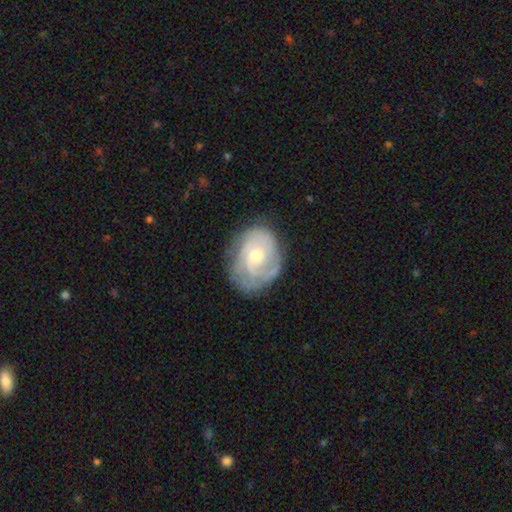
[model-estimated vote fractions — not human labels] A featured or disk galaxy (72%) with no bar (75%), tight (60%) spiral arms (83%) and a moderate central bulge (49%).

Vote fractions:
- Smooth or featured? featured or disk: 72% / smooth: 22% / star or artifact: 6%
- Edge-on disk? no: 97% / yes: 3%
- Bar? no: 75% / weak: 22% / strong: 3%
- Spiral arms? yes: 83% / no: 17%
- Spiral winding? tight: 60% / medium: 30% / loose: 10%
- Spiral arm count? can't tell: 42% / 2: 29% / 3: 15% / 1: 7% / 4: 4% / more than 4: 3%
- Bulge size? moderate: 49% / small: 47% / large: 2% / none: 1% / dominant: 1%
- Merging? none: 66% / minor disturbance: 23% / major disturbance: 10% / merger: 1%